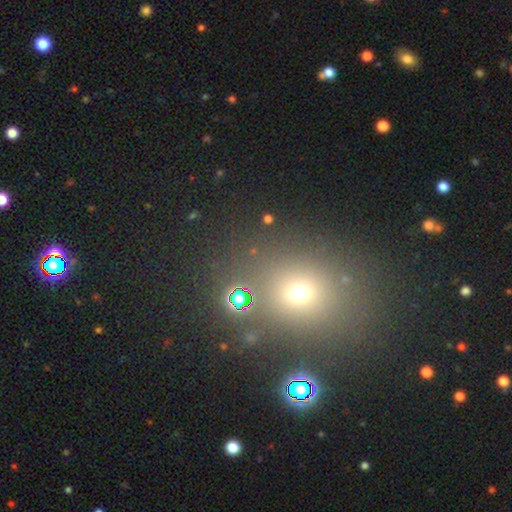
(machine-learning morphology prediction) Smooth or featured?
  - smooth: 52% *
  - star or artifact: 38%
  - featured or disk: 10%
How rounded?
  - round: 67% *
  - in between: 31%
  - cigar-shaped: 2%
Merging?
  - none: 80% *
  - minor disturbance: 9%
  - merger: 6%
  - major disturbance: 5%